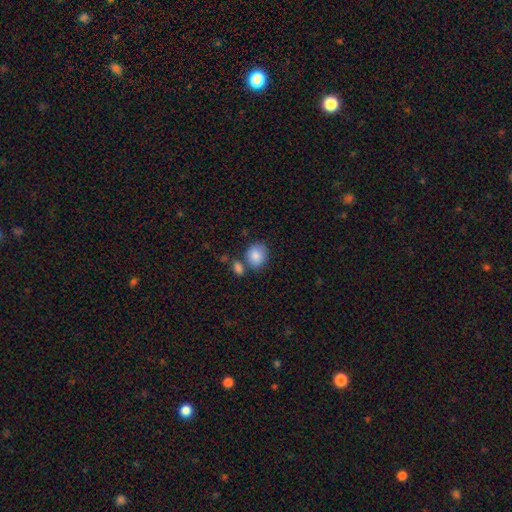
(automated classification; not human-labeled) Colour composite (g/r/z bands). It shows a smooth galaxy with no disk features (86%) that is round (65%). Merging: none (64%).